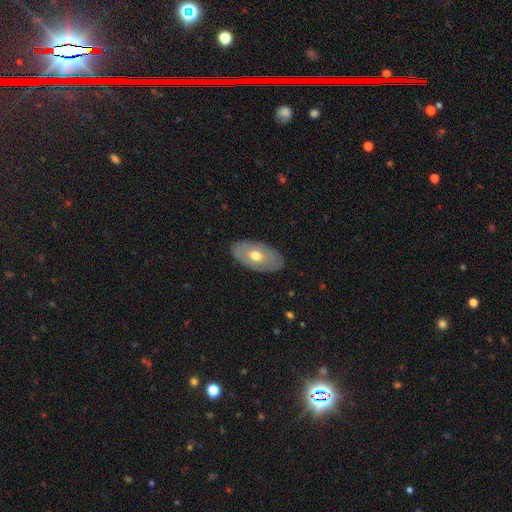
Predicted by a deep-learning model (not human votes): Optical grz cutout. It shows a smooth galaxy with no disk features (51%) that is in between round and cigar-shaped (93%). Merging: none (86%).